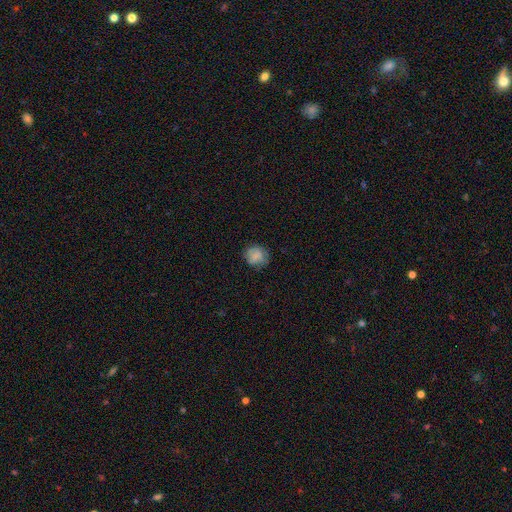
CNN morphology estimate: The model was most divided on "merging": none: 72%, minor disturbance: 20%, major disturbance: 7%, merger: 1%. More confident: how rounded — round (76%); smooth or featured — smooth (75%).